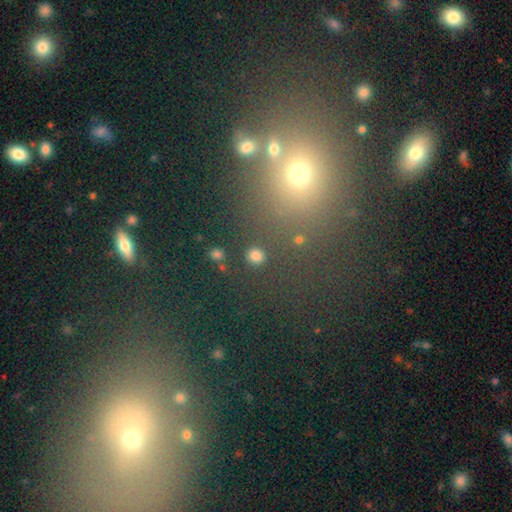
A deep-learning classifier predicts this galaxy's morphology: Overall: smooth (81%). How rounded: round (89%). Merging: none (87%).